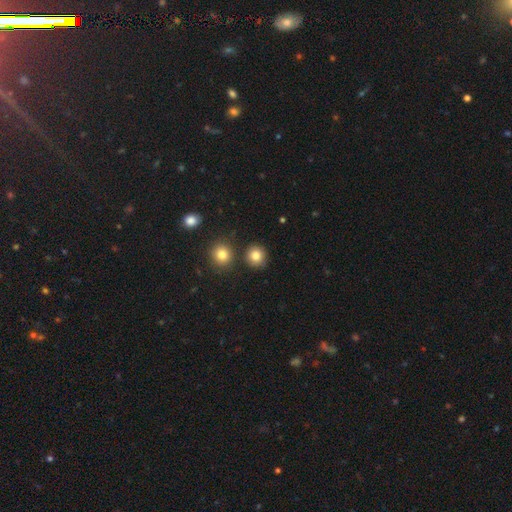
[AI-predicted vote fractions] This is clearly a smooth galaxy (84%). How rounded: clearly round (88%). Merging: clearly none (83%).